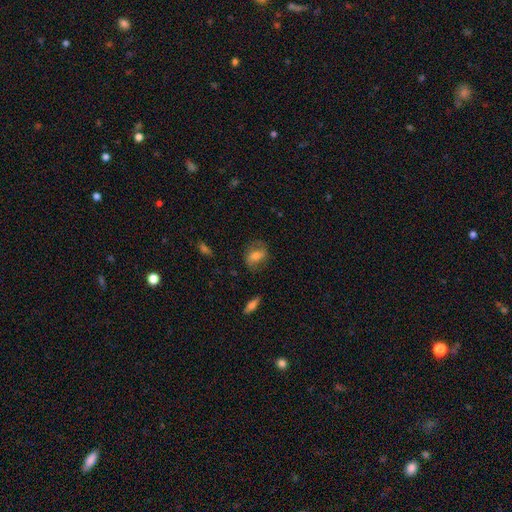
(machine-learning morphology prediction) Smooth or featured: smooth — 57% (featured or disk — 34%)
How rounded: in between — 68% (round — 29%)
Merging: none — 71% (minor disturbance — 19%)